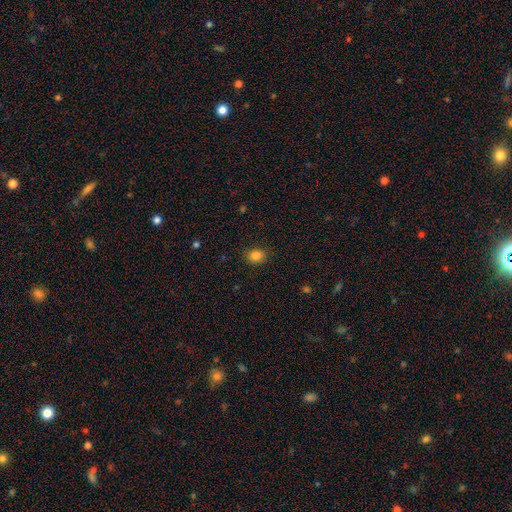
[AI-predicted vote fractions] Smooth or featured? smooth (84%)
How rounded? round (53%)
Merging? none (88%)